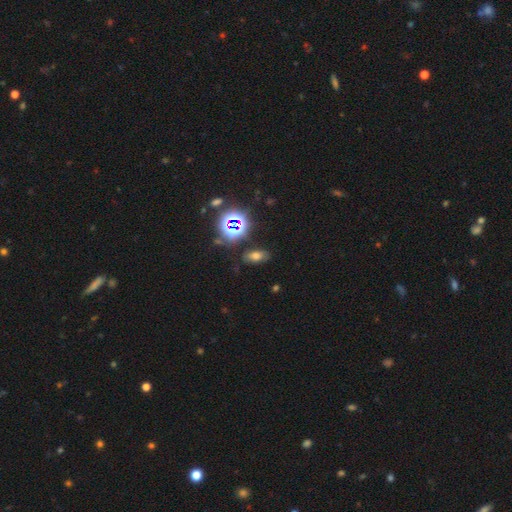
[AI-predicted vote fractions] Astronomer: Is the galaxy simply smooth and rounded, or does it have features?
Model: smooth — 54% (runner-up: star or artifact, 32%).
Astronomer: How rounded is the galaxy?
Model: in between — 82%.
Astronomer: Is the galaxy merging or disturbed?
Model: none — 80%.